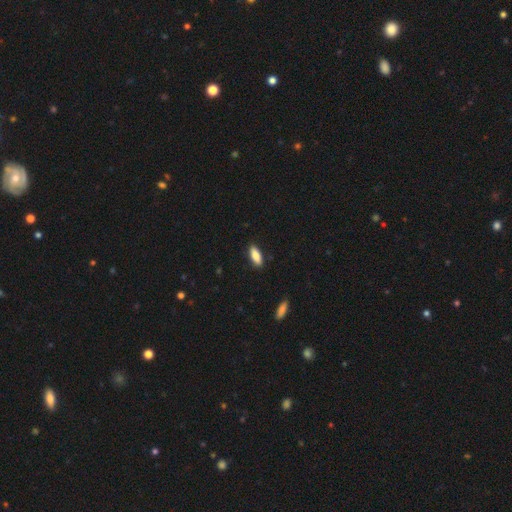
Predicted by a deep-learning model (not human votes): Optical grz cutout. It shows a smooth galaxy with no disk features (82%) that is in between round and cigar-shaped (74%). Merging: none (88%).